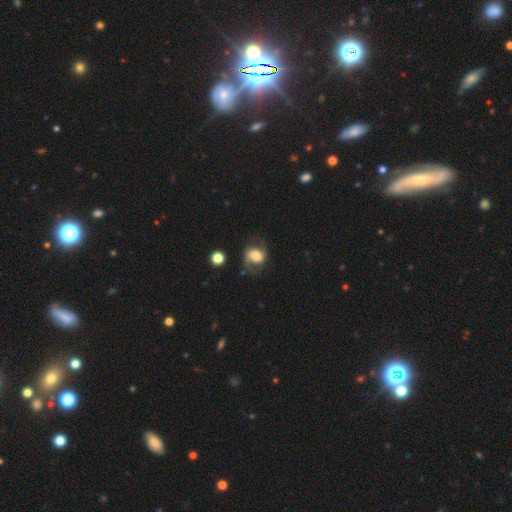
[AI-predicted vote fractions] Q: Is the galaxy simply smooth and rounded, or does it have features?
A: featured or disk — 47%.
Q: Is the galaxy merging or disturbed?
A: none — 61%.